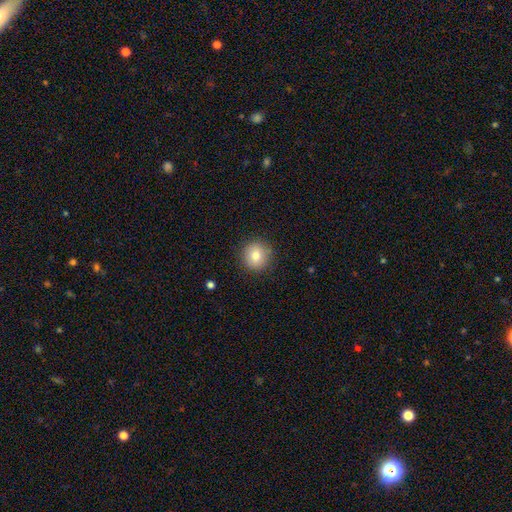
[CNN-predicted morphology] This is clearly a smooth galaxy (80%). How rounded: clearly round (92%). Merging: clearly none (89%).